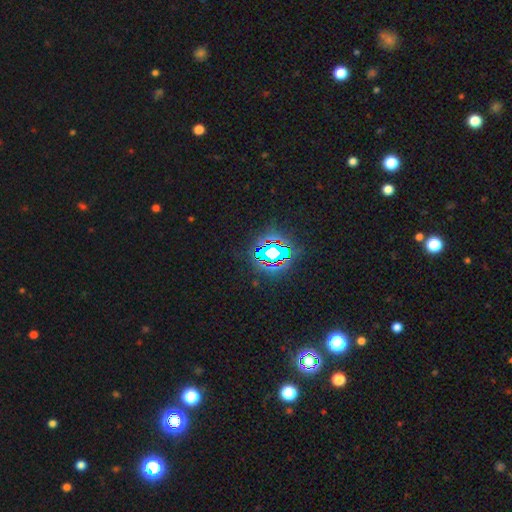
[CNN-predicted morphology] Smooth or featured: star or artifact — 81% (smooth — 11%)